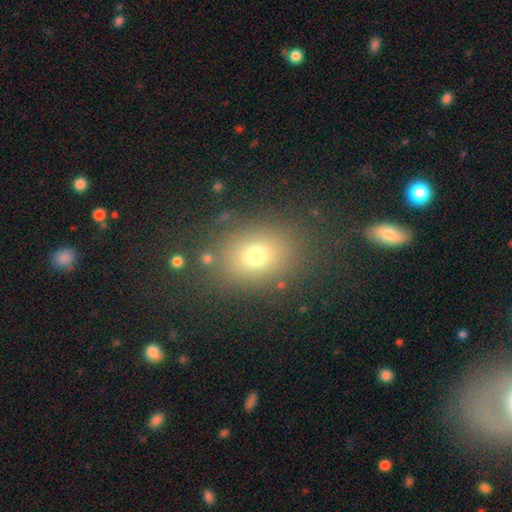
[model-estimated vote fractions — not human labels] Morphology: type=smooth (72%); roundness=in between (53%); merging=none (81%).